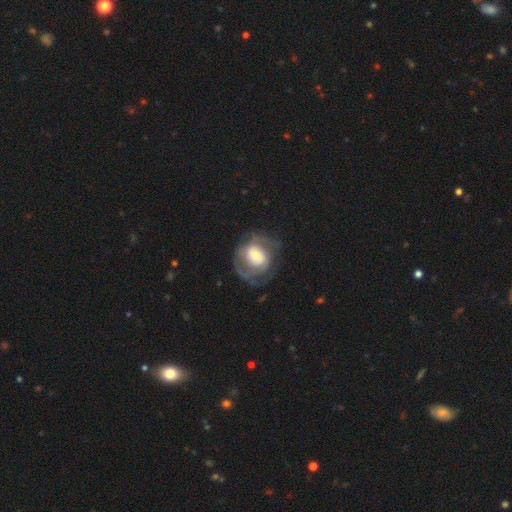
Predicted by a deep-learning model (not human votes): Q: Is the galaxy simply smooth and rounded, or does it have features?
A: featured or disk — 65%.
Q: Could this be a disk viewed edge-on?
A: no — 97%.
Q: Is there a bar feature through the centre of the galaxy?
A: no — 62%.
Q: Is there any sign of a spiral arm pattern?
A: yes — 79%.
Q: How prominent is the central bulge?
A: moderate — 41%.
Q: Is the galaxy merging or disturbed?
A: none — 55%.